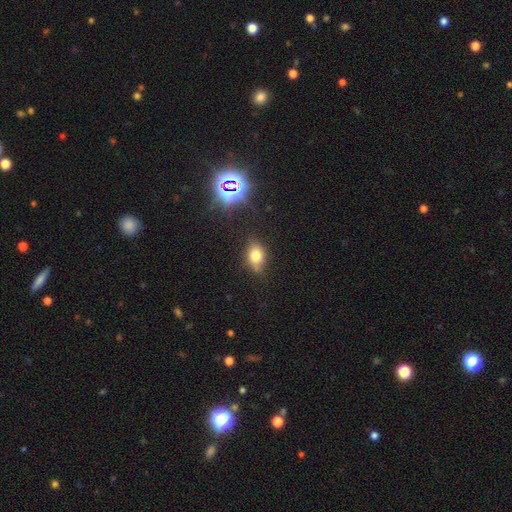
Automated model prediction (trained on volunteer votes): smooth_or_featured: smooth (p=0.73) [alt: star or artifact p=0.15]
how_rounded: in between (p=0.69) [alt: round p=0.28]
merging: none (p=0.71) [alt: minor disturbance p=0.21]